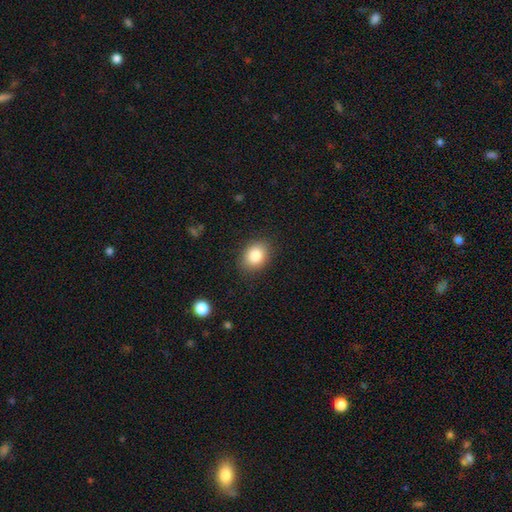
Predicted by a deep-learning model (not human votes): Smooth or featured? smooth (85%)
How rounded? in between (62%)
Merging? none (85%)